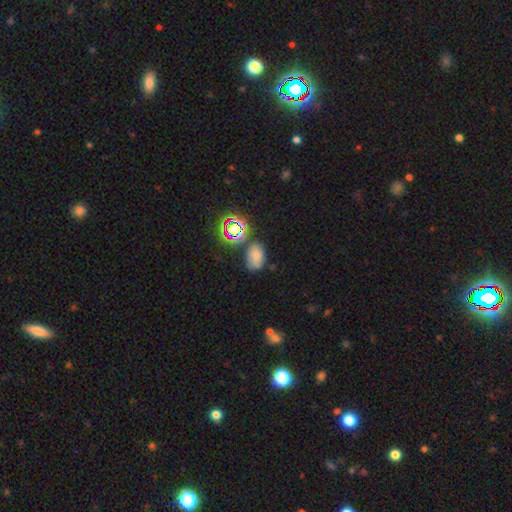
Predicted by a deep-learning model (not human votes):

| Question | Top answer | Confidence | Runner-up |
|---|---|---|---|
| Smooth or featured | smooth | 55% | star or artifact (28%) |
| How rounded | in between | 82% | round (17%) |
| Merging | none | 57% | minor disturbance (23%) |